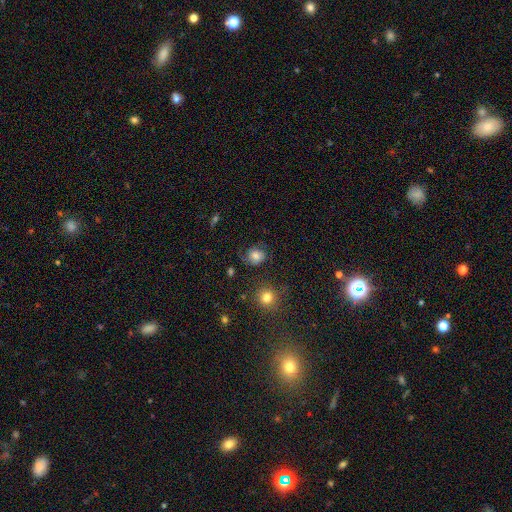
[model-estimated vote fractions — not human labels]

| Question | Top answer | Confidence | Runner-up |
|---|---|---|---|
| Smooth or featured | smooth | 59% | featured or disk (29%) |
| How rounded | round | 77% | in between (22%) |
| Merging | none | 62% | minor disturbance (22%) |